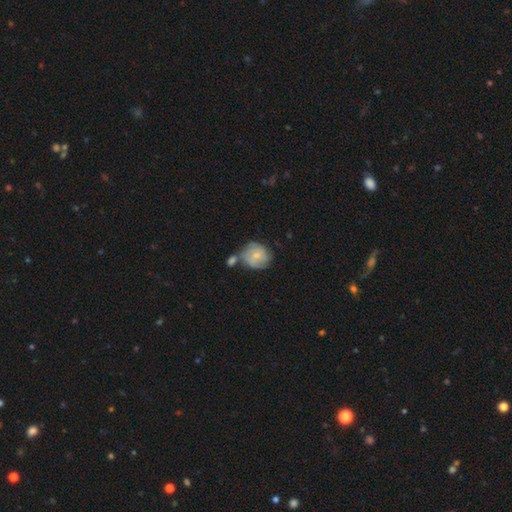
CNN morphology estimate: Q: Smooth or featured?
A: featured or disk (53%); runner-up: smooth (40%)
Q: Edge-on disk?
A: no (97%); runner-up: yes (3%)
Q: Bar?
A: no (74%); runner-up: weak (23%)
Q: Spiral arms?
A: yes (80%); runner-up: no (20%)
Q: Bulge size?
A: small (55%); runner-up: moderate (40%)
Q: Merging?
A: none (48%); runner-up: merger (22%)